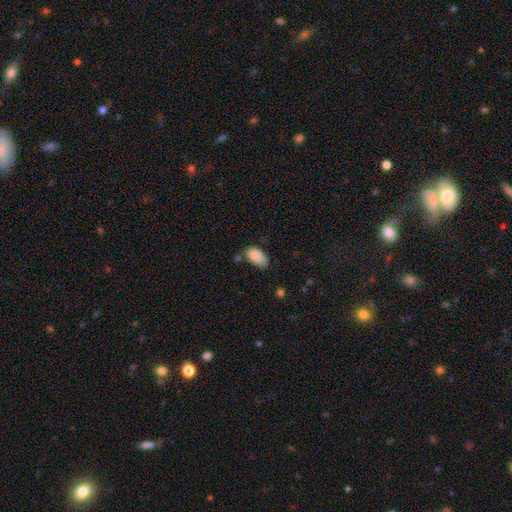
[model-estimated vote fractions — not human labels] smooth 85%, star or artifact 8%, featured or disk 8%. Down the decision tree: how rounded — in between (93%); merging — none (45%).